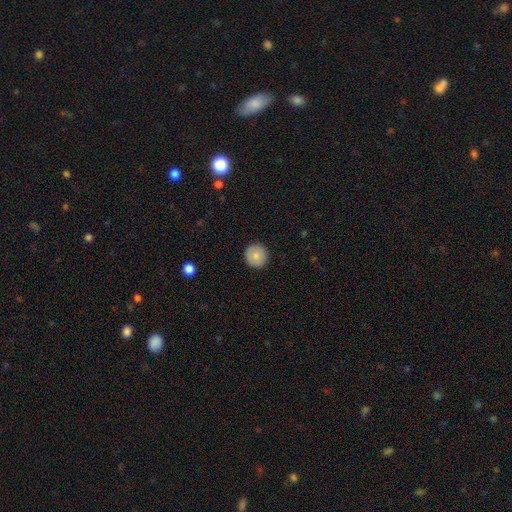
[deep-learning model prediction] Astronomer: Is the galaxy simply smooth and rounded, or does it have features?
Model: smooth — 81%.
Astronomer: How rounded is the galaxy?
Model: round — 96%.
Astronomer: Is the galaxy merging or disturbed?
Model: none — 92%.